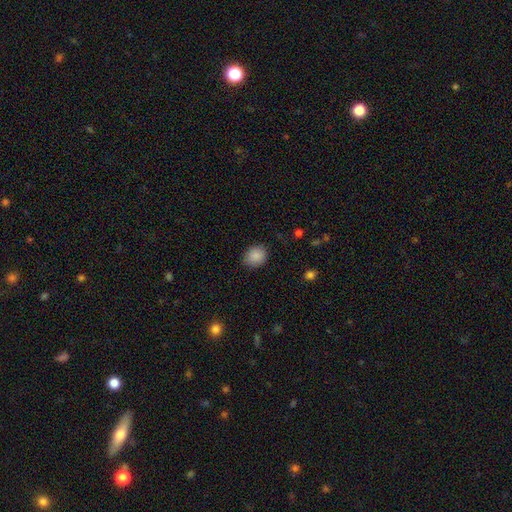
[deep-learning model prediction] The model was most divided on "how rounded": round: 61%, in between: 39%, cigar-shaped: 1%. More confident: smooth or featured — smooth (87%); merging — none (85%).